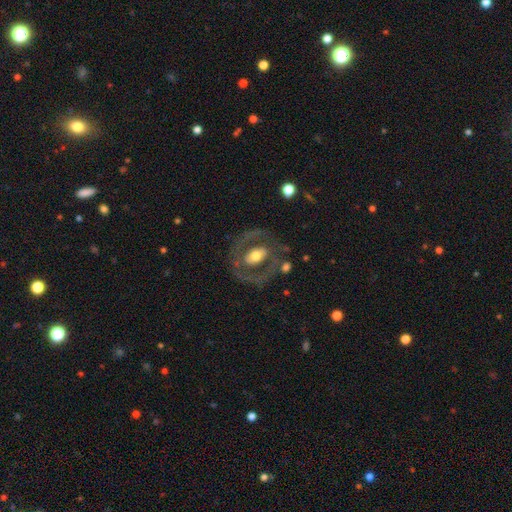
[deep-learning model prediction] Smooth or featured: featured or disk — 67% (smooth — 27%)
Edge-on disk: no — 95% (yes — 5%)
Bar: no — 52% (weak — 28%)
Spiral arms: no — 60% (yes — 40%)
Bulge size: moderate — 63% (large — 22%)
Merging: none — 68% (minor disturbance — 15%)